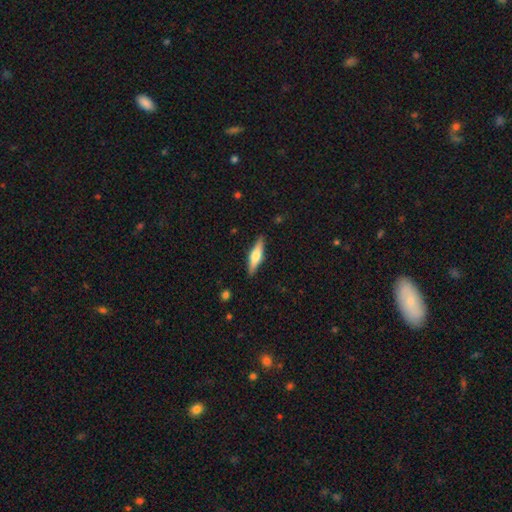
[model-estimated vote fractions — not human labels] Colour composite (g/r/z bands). It shows a featured or disk galaxy (48%). Merging: none (89%).